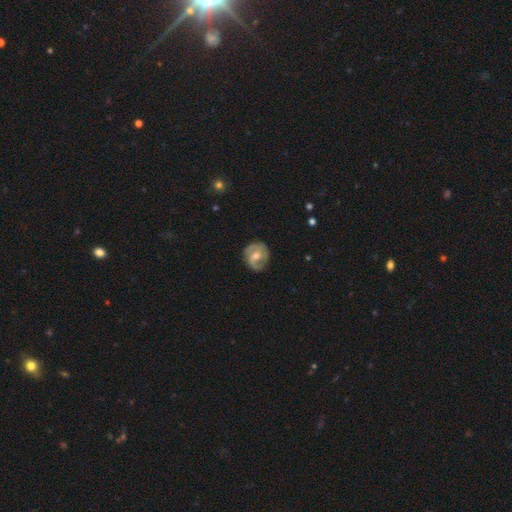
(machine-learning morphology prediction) featured or disk 74%, smooth 20%, star or artifact 6%. Down the decision tree: edge-on disk — no (97%); bar — no (44%); spiral arms — yes (88%); spiral arm count — 2 (63%); spiral winding — medium (43%); bulge size — moderate (68%); merging — none (77%).